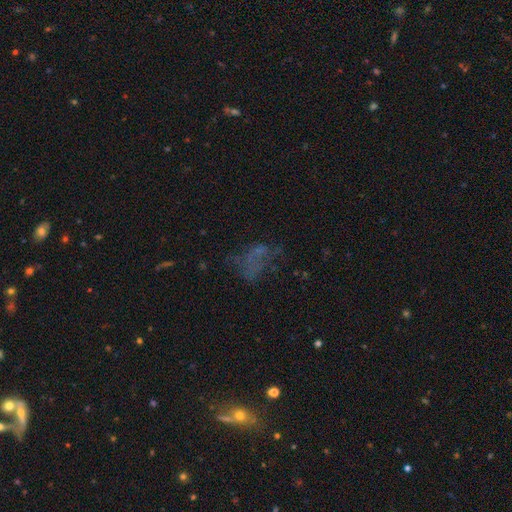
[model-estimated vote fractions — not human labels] smooth_or_featured: featured or disk (p=0.37) [alt: star or artifact p=0.32]
merging: none (p=0.41) [alt: major disturbance p=0.36]